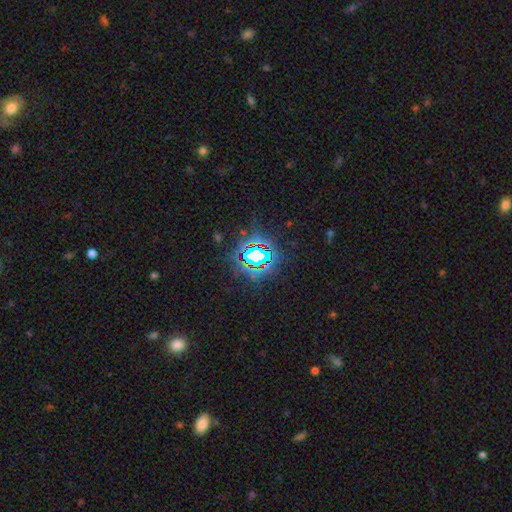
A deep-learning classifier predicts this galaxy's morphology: The model was most divided on "smooth or featured": star or artifact: 75%, smooth: 14%, featured or disk: 11%.